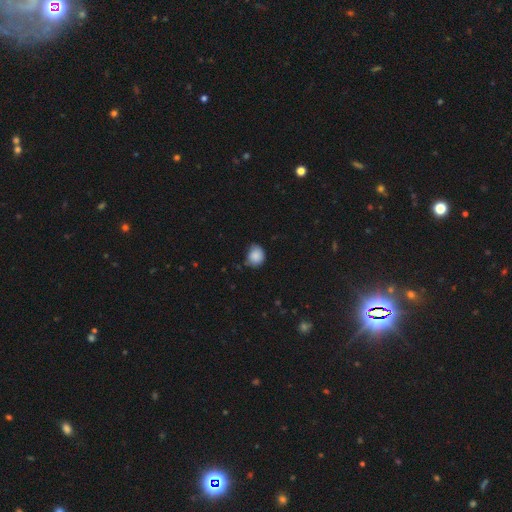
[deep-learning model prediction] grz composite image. It shows a smooth galaxy with no disk features (87%) that is round (68%). Merging: none (59%).